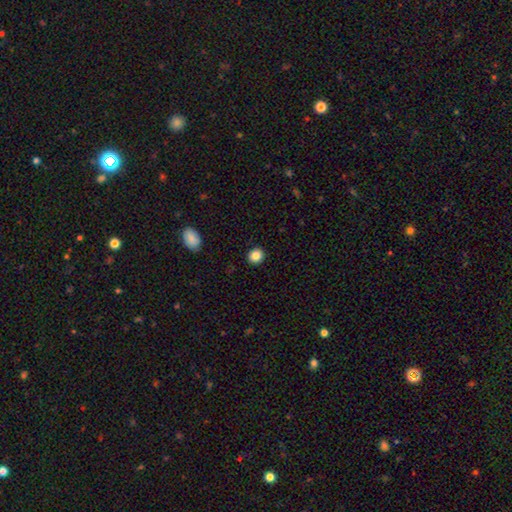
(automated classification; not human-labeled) Q: Smooth or featured?
A: smooth (85%); runner-up: star or artifact (10%)
Q: How rounded?
A: round (84%); runner-up: in between (15%)
Q: Merging?
A: none (92%); runner-up: minor disturbance (6%)